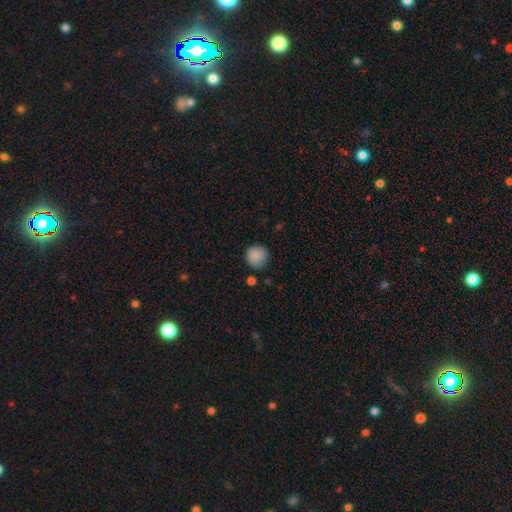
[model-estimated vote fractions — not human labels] A smooth galaxy with no disk features (87%) that is round (93%). Merging: none (79%).